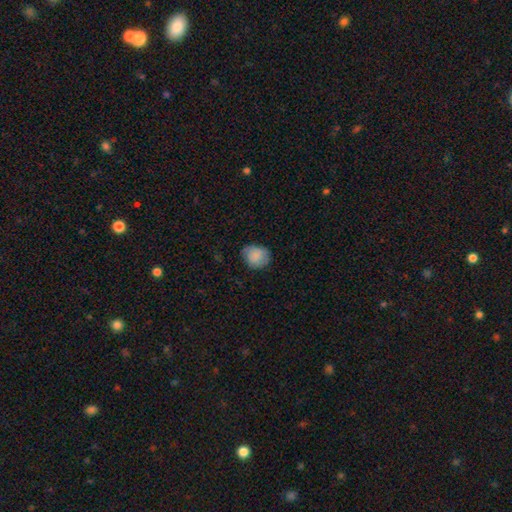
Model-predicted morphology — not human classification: type=smooth (84%); roundness=round (71%); merging=none (68%).